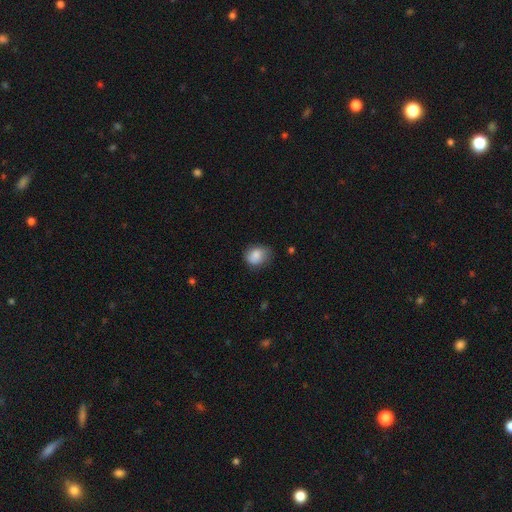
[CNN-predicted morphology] Smooth or featured?
  - smooth: 84% *
  - star or artifact: 8%
  - featured or disk: 8%
How rounded?
  - round: 51% *
  - in between: 48%
  - cigar-shaped: 1%
Merging?
  - none: 66% *
  - minor disturbance: 27%
  - major disturbance: 6%
  - merger: 1%